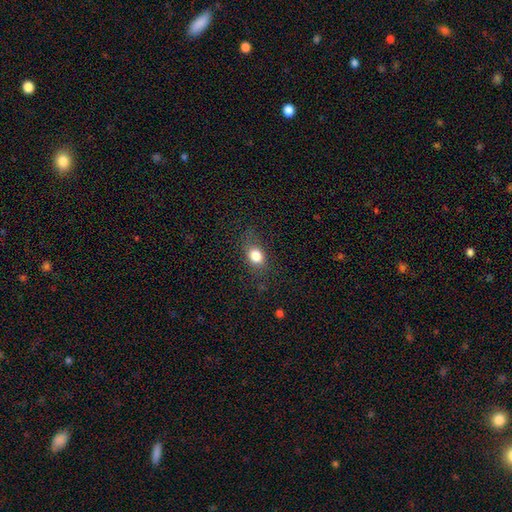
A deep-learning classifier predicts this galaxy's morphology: A smooth galaxy with no disk features (81%) that is in between round and cigar-shaped (59%).

Vote fractions:
- Smooth or featured? smooth: 81% / star or artifact: 11% / featured or disk: 8%
- How rounded? in between: 59% / round: 39% / cigar-shaped: 2%
- Merging? none: 74% / minor disturbance: 18% / major disturbance: 7% / merger: 1%